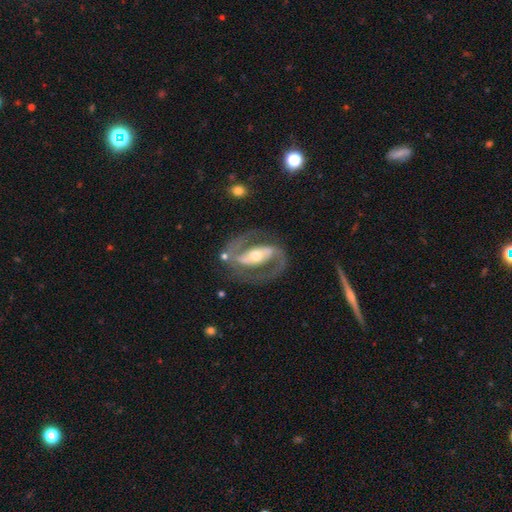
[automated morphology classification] The model was most divided on "bulge size": moderate: 59%, small: 34%, large: 5%, none: 1%, dominant: 1%. More confident: spiral arms — yes (96%); edge-on disk — no (96%); spiral arm count — 2 (93%); smooth or featured — featured or disk (91%); merging — none (79%); bar — strong (61%); spiral winding — medium (58%).